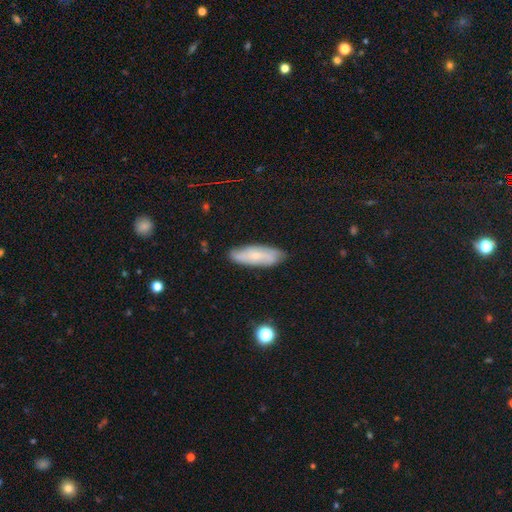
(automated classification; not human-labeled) This appears to be a smooth galaxy with no disk features (50%) that is in between round and cigar-shaped (54%). Merging: none (82%).